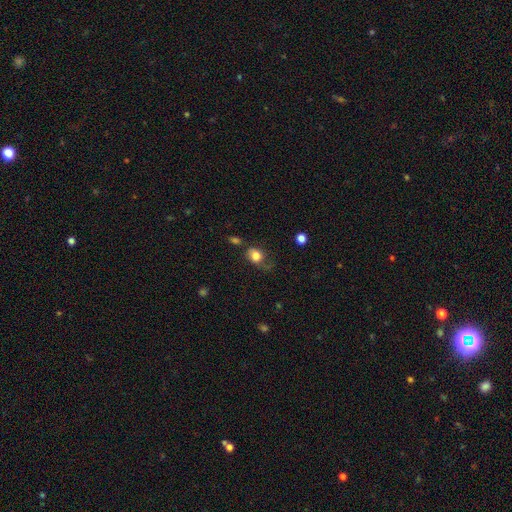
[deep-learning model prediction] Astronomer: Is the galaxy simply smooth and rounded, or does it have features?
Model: smooth — 79%.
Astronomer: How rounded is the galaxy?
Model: round — 52% (runner-up: in between, 47%).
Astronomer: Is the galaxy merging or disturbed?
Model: none — 47% (runner-up: minor disturbance, 29%).